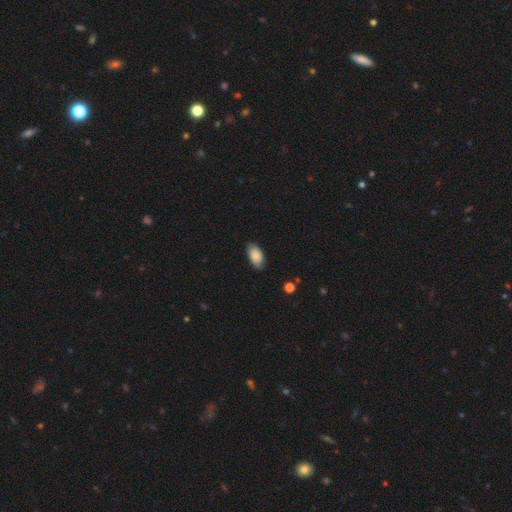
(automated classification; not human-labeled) smooth-or-featured: smooth: 82% | featured or disk: 11% | star or artifact: 7%
  how-rounded: in between: 94% | round: 4% | cigar-shaped: 2%
  merging: none: 79% | minor disturbance: 17% | major disturbance: 3% | merger: 1%